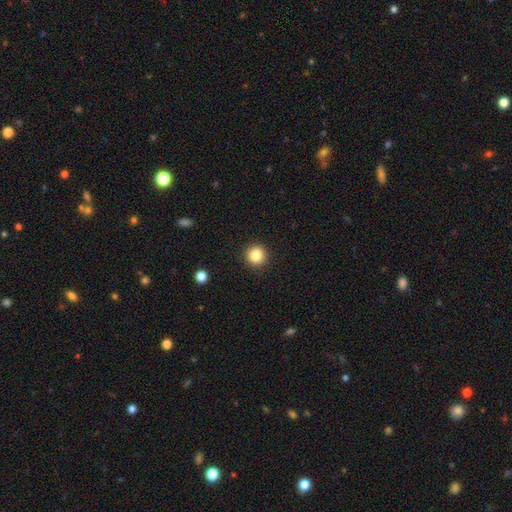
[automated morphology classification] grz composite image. It shows a smooth galaxy with no disk features (85%) that is round (93%). Merging: none (91%).